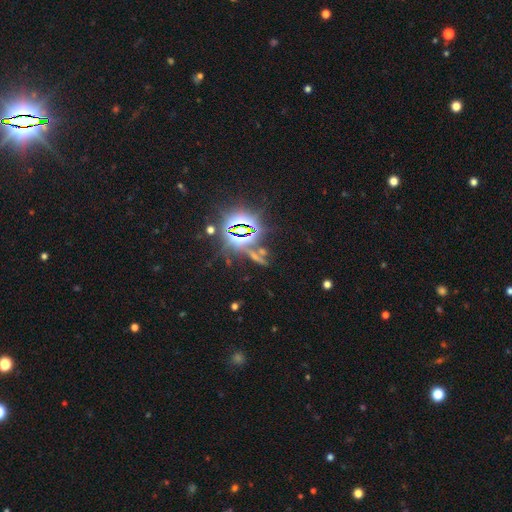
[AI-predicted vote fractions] This is likely a star or artifact rather than a galaxy (61%).